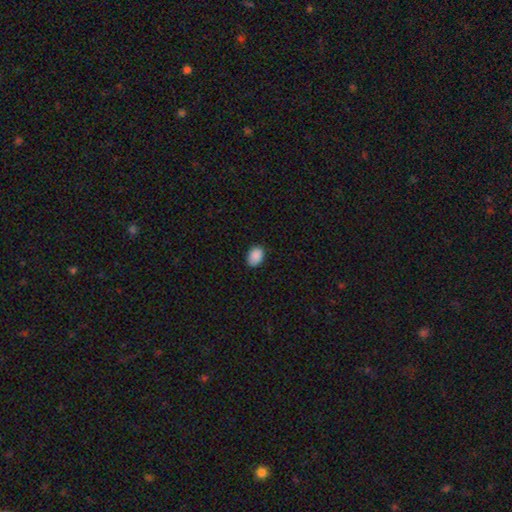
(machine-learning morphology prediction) smooth_or_featured: smooth (p=0.90) [alt: star or artifact p=0.08]
how_rounded: in between (p=0.78) [alt: round p=0.21]
merging: none (p=0.85) [alt: minor disturbance p=0.12]